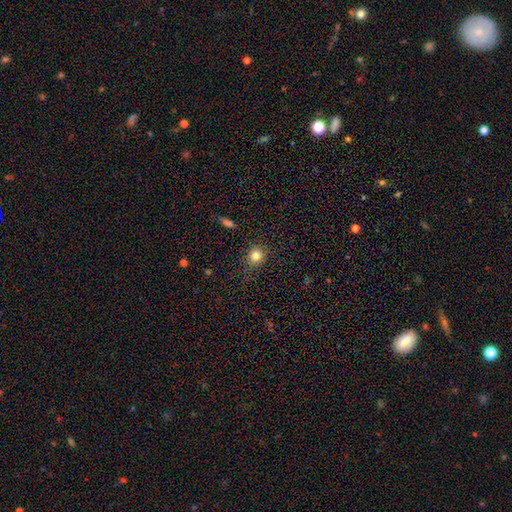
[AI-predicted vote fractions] Morphology: type=smooth (81%); roundness=round (84%); merging=none (82%).